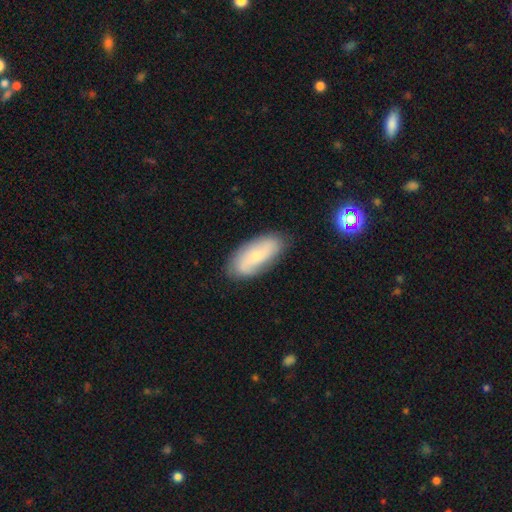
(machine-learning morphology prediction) A smooth galaxy with no disk features (47%). Merging: none (80%).